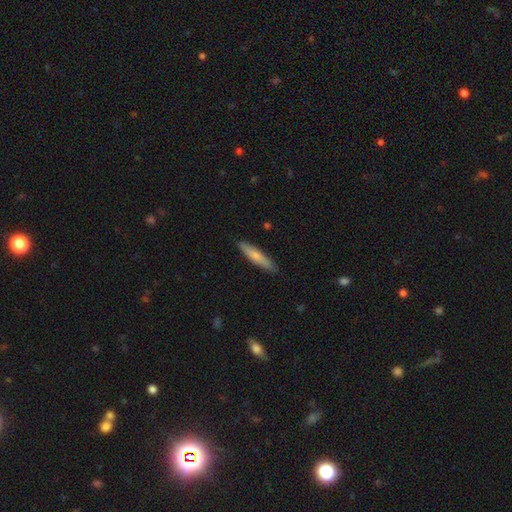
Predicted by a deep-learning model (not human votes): Smooth or featured? smooth (71%)
How rounded? cigar-shaped (86%)
Merging? none (88%)